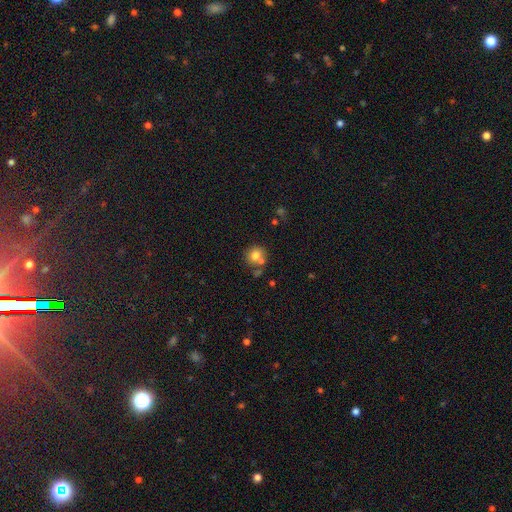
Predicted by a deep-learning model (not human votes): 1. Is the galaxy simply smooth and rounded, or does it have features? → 74% smooth, 14% featured or disk, 11% star or artifact.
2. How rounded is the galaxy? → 85% round, 14% in between, 1% cigar-shaped.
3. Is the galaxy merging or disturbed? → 57% none, 28% merger, 11% minor disturbance, 4% major disturbance.